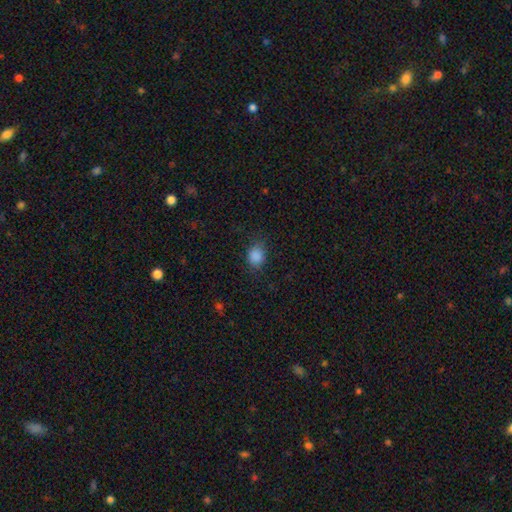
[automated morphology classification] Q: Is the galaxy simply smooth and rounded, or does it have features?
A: smooth — 86%.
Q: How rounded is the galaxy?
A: round — 65%.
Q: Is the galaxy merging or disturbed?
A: none — 77%.